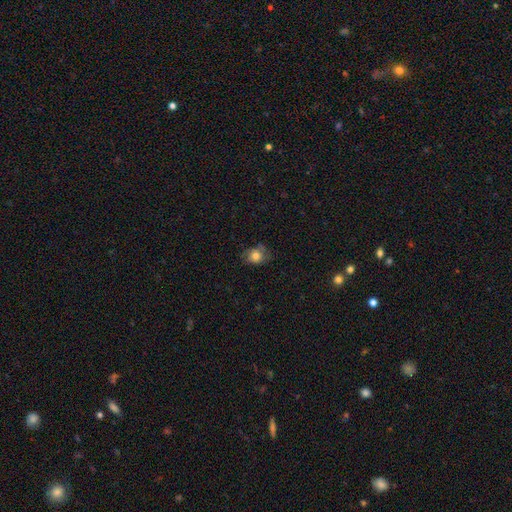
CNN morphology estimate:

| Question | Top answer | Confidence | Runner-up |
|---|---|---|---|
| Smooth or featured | smooth | 74% | featured or disk (16%) |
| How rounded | in between | 52% | round (47%) |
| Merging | none | 64% | minor disturbance (26%) |